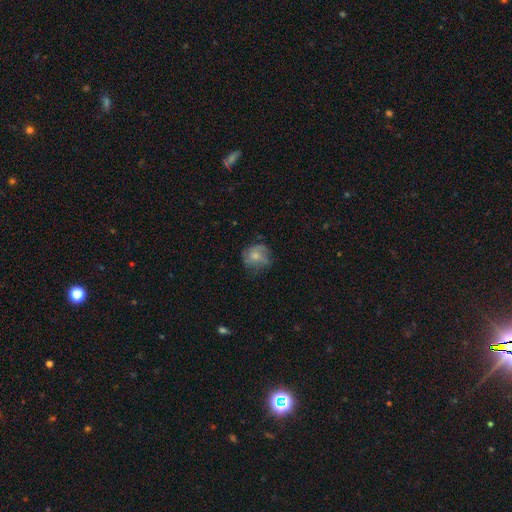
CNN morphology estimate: This is possibly a smooth galaxy (52%). How rounded: likely round (74%). Merging: possibly none (57%).